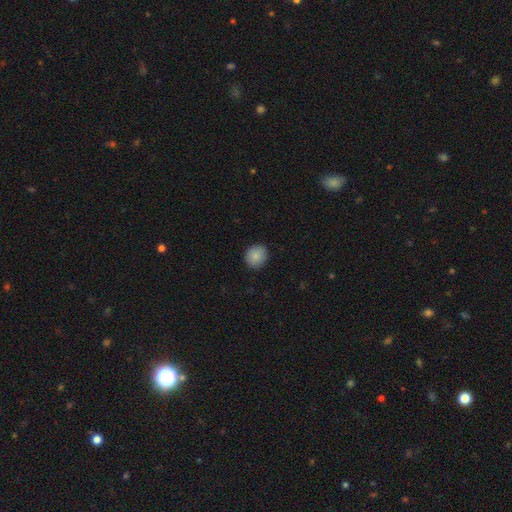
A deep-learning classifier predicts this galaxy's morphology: Smooth or featured: smooth — 87% (star or artifact — 8%)
How rounded: round — 86% (in between — 13%)
Merging: none — 89% (minor disturbance — 8%)